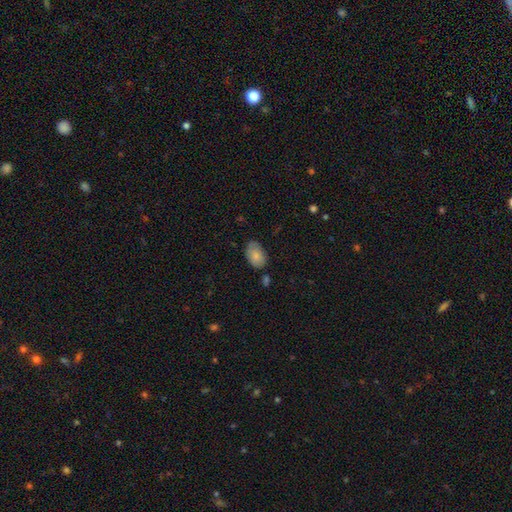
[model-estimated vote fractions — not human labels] Overall: smooth (84%). How rounded: in between (89%). Merging: none (73%).